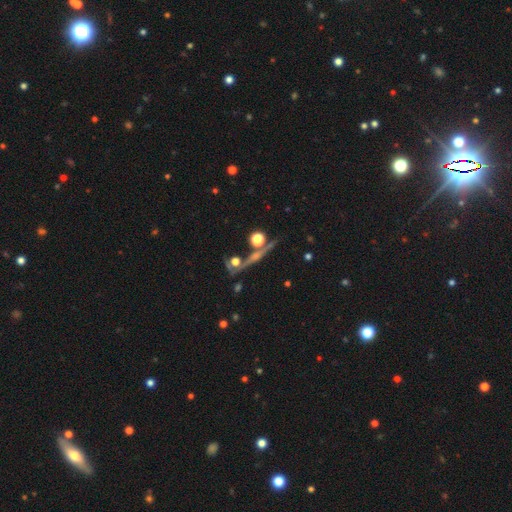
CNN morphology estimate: This is possibly a featured or disk galaxy (46%). Merging: likely none (66%).